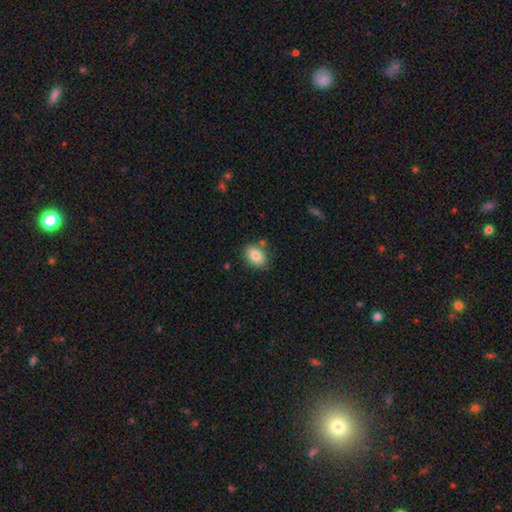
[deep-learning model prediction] Smooth or featured? smooth (82%)
How rounded? in between (78%)
Merging? none (79%)